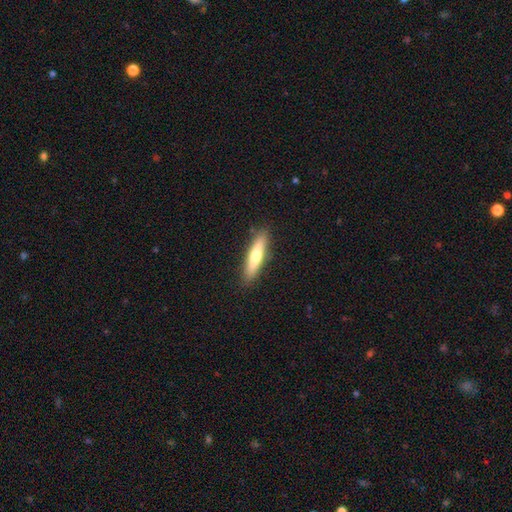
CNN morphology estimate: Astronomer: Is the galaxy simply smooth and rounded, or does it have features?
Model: smooth — 61%.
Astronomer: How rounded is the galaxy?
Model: cigar-shaped — 81%.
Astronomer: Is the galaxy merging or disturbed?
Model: none — 88%.